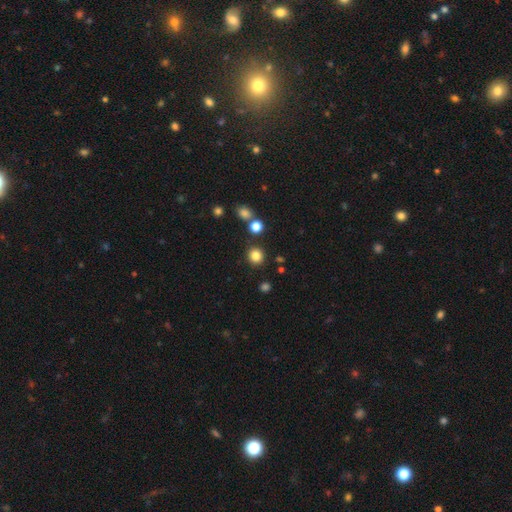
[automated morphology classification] This appears to be a smooth galaxy with no disk features (83%) that is round (90%). Merging: none (87%).